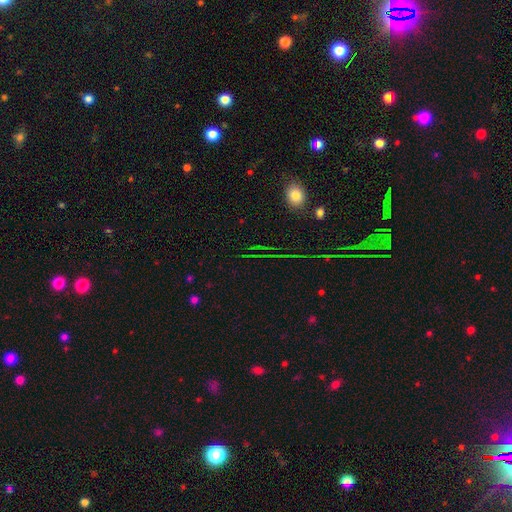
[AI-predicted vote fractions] Smooth or featured? Predicted: star or artifact (p=0.53).